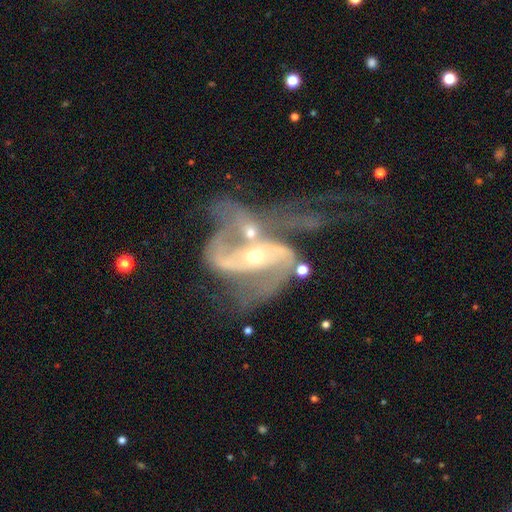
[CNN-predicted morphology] Q: Smooth or featured?
A: featured or disk (87%); runner-up: star or artifact (7%)
Q: Edge-on disk?
A: no (96%); runner-up: yes (4%)
Q: Bar?
A: no (40%); runner-up: weak (32%)
Q: Spiral arms?
A: yes (91%); runner-up: no (9%)
Q: Spiral winding?
A: loose (44%); runner-up: medium (41%)
Q: Spiral arm count?
A: 2 (71%); runner-up: can't tell (12%)
Q: Bulge size?
A: small (50%); runner-up: moderate (44%)
Q: Merging?
A: merger (46%); runner-up: major disturbance (28%)